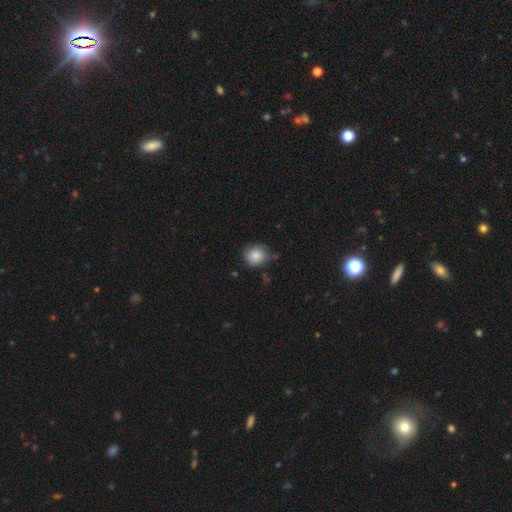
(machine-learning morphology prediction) Smooth or featured: smooth — 84% (star or artifact — 8%)
How rounded: round — 84% (in between — 15%)
Merging: none — 69% (minor disturbance — 23%)